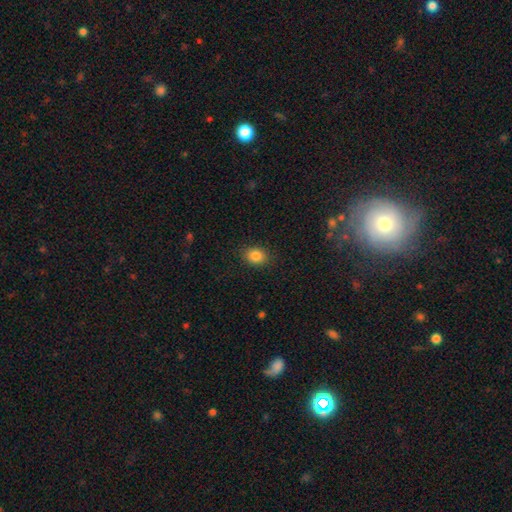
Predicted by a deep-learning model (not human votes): This is clearly a smooth galaxy (86%). How rounded: possibly in between (59%). Merging: clearly none (87%).